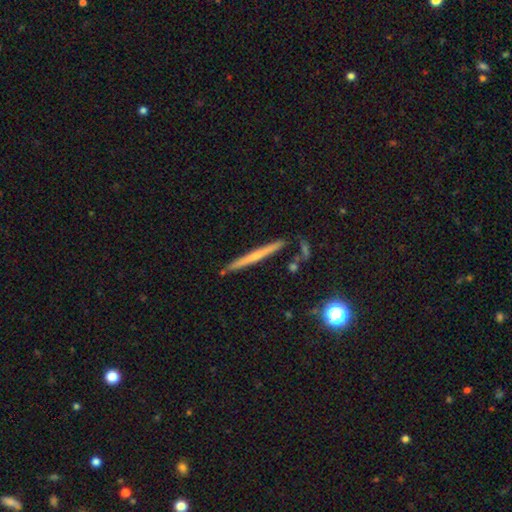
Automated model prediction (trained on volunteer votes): A featured or disk galaxy (53%) viewed edge-on (97%) with no central bulge (58%).

Vote fractions:
- Smooth or featured? featured or disk: 53% / smooth: 39% / star or artifact: 7%
- Edge-on disk? yes: 97% / no: 3%
- Edge-on bulge? none: 58% / rounded: 37% / boxy: 5%
- Merging? none: 87% / minor disturbance: 8% / merger: 3% / major disturbance: 2%